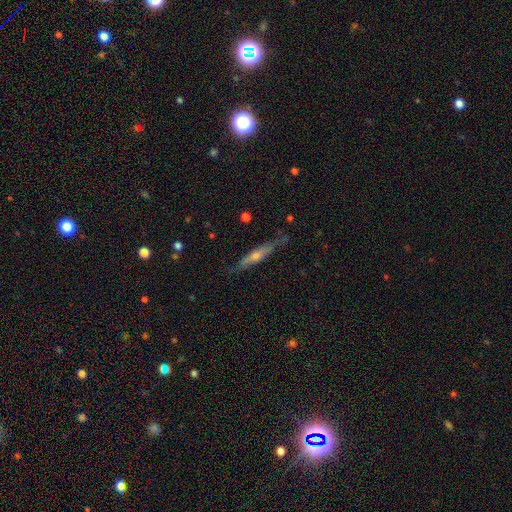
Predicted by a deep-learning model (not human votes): smooth_or_featured: featured or disk (p=0.63) [alt: smooth p=0.30]
disk_edge_on: yes (p=0.89) [alt: no p=0.11]
edge_on_bulge: rounded (p=0.77) [alt: none p=0.18]
merging: none (p=0.77) [alt: minor disturbance p=0.17]